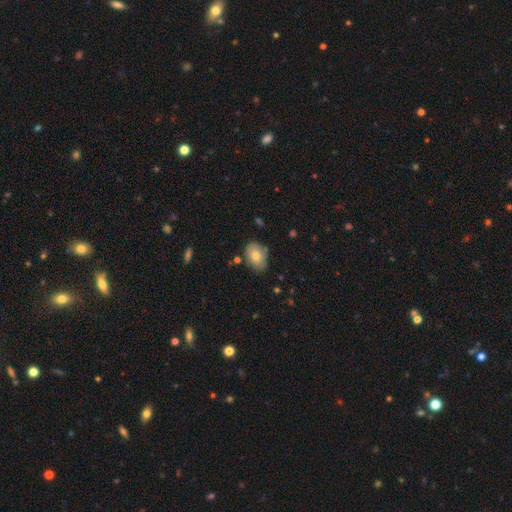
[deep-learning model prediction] Morphology: type=smooth (74%); roundness=in between (80%); merging=none (69%).